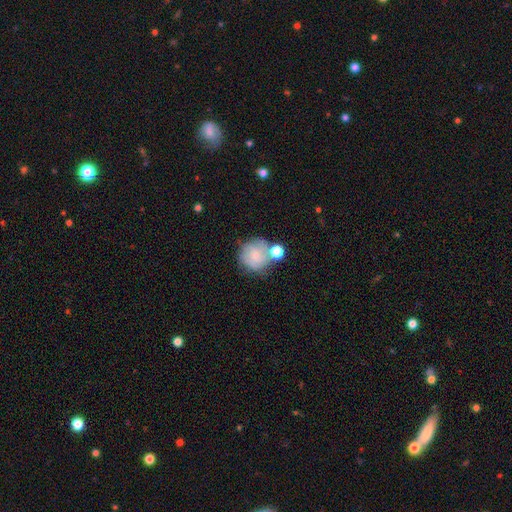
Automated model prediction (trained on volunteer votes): smooth 61%, featured or disk 29%, star or artifact 9%. Down the decision tree: how rounded — round (88%); merging — none (49%).